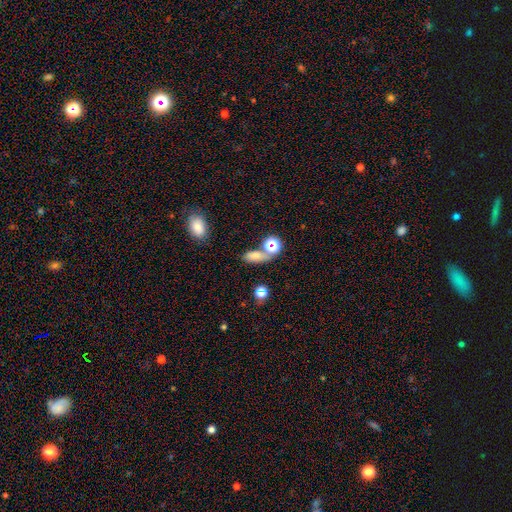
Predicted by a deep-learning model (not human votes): This is likely a smooth galaxy (65%). How rounded: likely in between (69%). Merging: likely none (60%).